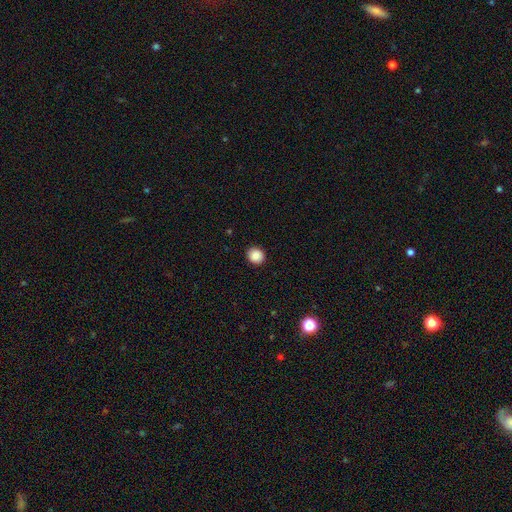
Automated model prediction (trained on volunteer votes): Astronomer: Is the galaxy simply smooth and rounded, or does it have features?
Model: smooth — 88%.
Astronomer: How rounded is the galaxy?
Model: round — 90%.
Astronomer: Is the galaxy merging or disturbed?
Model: none — 92%.